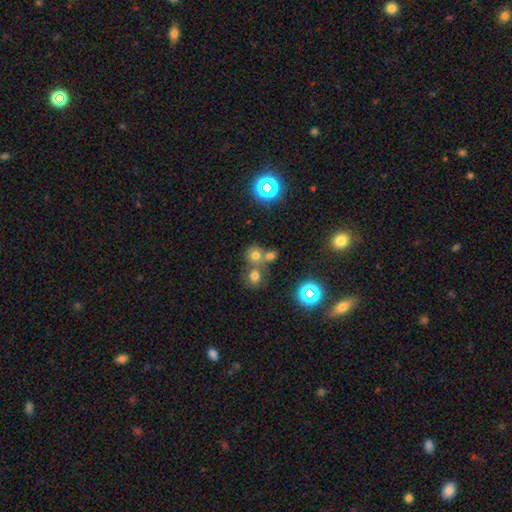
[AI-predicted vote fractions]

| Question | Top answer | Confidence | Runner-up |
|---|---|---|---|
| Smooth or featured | smooth | 64% | star or artifact (25%) |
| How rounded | round | 79% | in between (20%) |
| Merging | none | 46% | merger (42%) |